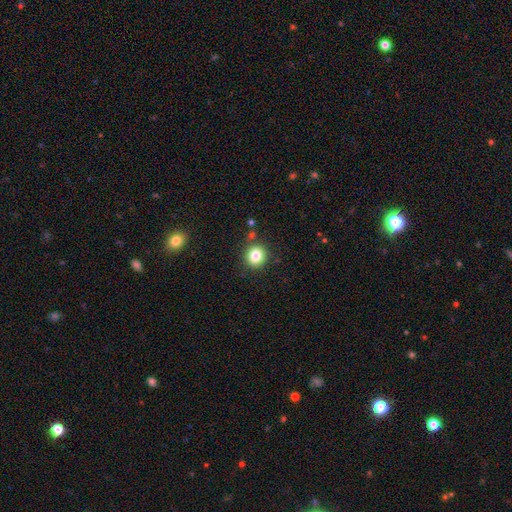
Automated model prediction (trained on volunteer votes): Morphology: type=smooth (82%); roundness=round (88%); merging=none (86%).